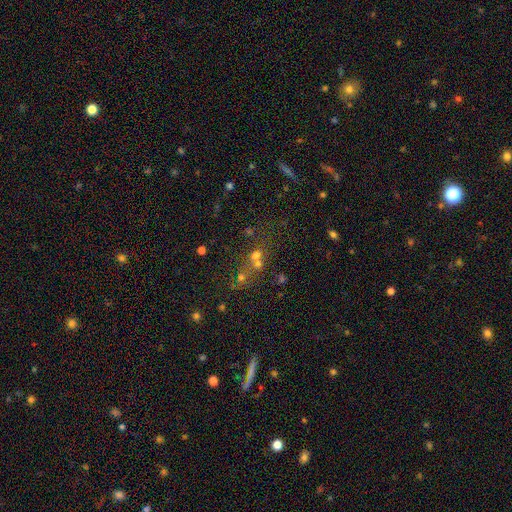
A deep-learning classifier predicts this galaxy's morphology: Q: Smooth or featured?
A: smooth (47%); runner-up: star or artifact (34%)
Q: Merging?
A: merger (44%); tied with: none (44%)